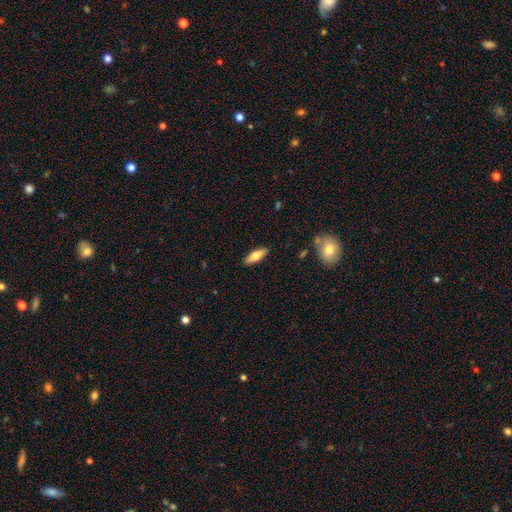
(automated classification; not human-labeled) Smooth or featured? Predicted: smooth (p=0.66). How rounded? Predicted: in between (p=0.55). Merging? Predicted: none (p=0.88).